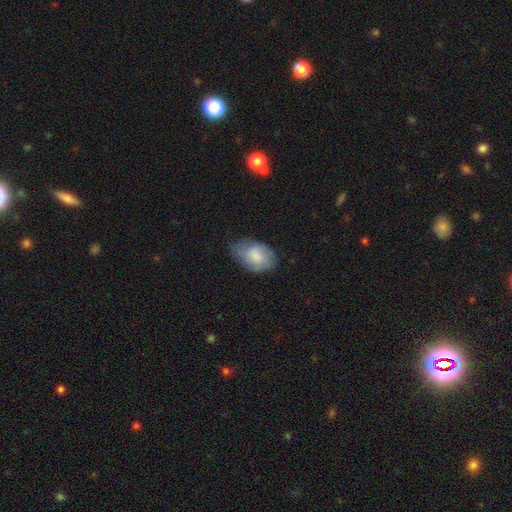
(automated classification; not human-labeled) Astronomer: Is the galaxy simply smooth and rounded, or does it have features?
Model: smooth — 67%.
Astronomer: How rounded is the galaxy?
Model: in between — 86%.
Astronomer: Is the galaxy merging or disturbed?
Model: none — 50% (runner-up: minor disturbance, 36%).